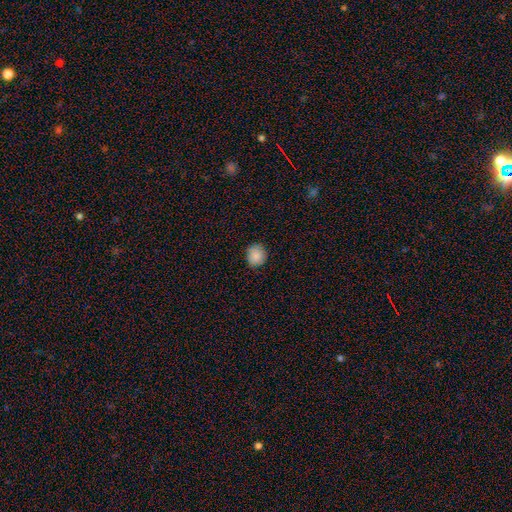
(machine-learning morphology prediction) Smooth or featured? Predicted: smooth (p=0.87). How rounded? Predicted: round (p=0.80). Merging? Predicted: none (p=0.84).